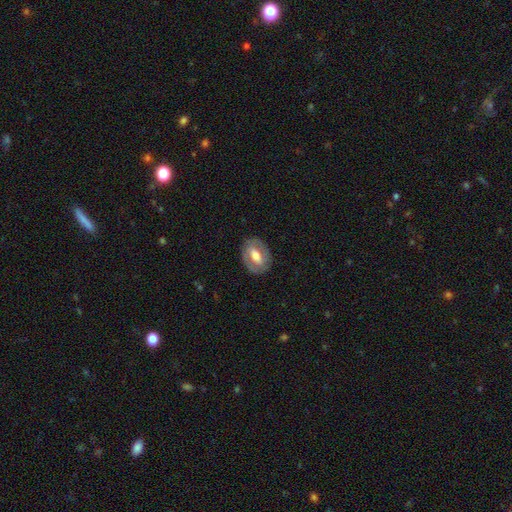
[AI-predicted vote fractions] Smooth or featured?
  - featured or disk: 50% *
  - smooth: 44%
  - star or artifact: 6%
Merging?
  - none: 83% *
  - minor disturbance: 12%
  - major disturbance: 4%
  - merger: 1%